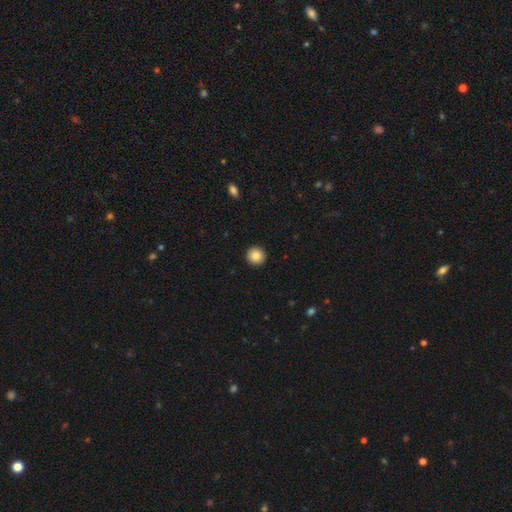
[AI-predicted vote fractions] This is clearly a smooth galaxy (83%). How rounded: clearly round (95%). Merging: clearly none (94%).